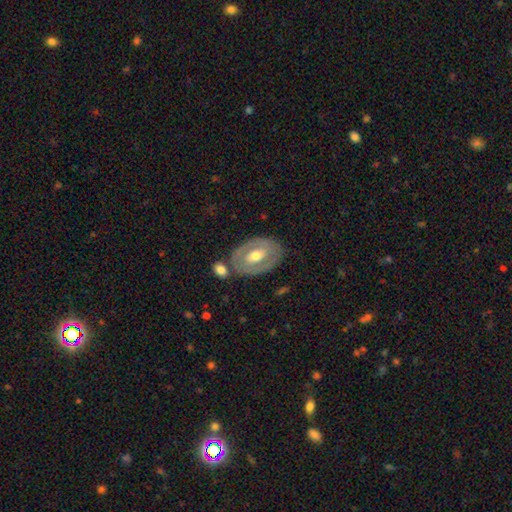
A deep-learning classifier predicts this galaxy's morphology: smooth_or_featured: featured or disk (p=0.59) [alt: smooth p=0.35]
disk_edge_on: no (p=0.92) [alt: yes p=0.08]
bar: no (p=0.53) [alt: weak p=0.31]
has_spiral_arms: no (p=0.73) [alt: yes p=0.27]
bulge_size: moderate (p=0.71) [alt: small p=0.19]
merging: none (p=0.73) [alt: minor disturbance p=0.15]